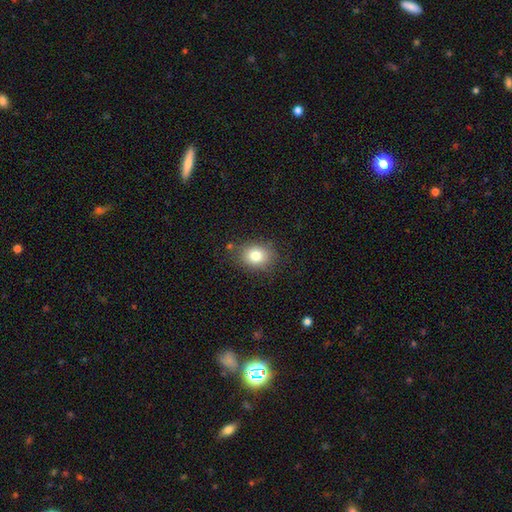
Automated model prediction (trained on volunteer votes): smooth 80%, star or artifact 11%, featured or disk 9%. Down the decision tree: how rounded — round (51%); merging — none (80%).